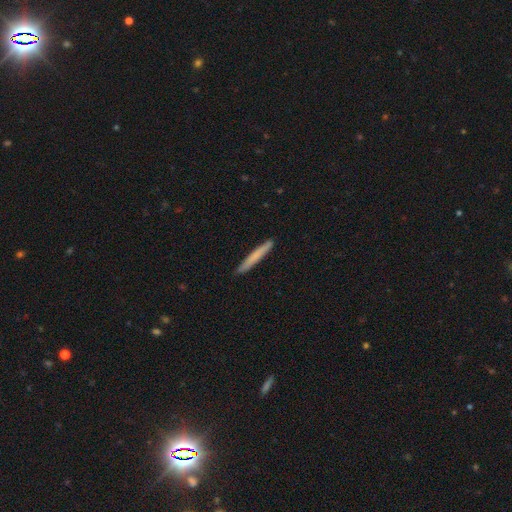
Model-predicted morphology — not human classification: Smooth or featured: smooth — 71% (featured or disk — 23%)
How rounded: cigar-shaped — 97% (in between — 2%)
Merging: none — 91% (minor disturbance — 6%)